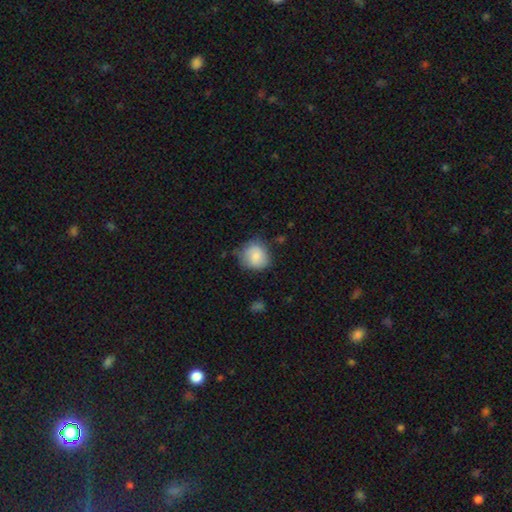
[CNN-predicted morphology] Q: Smooth or featured?
A: smooth (81%); runner-up: featured or disk (11%)
Q: How rounded?
A: round (80%); runner-up: in between (19%)
Q: Merging?
A: none (65%); runner-up: minor disturbance (26%)